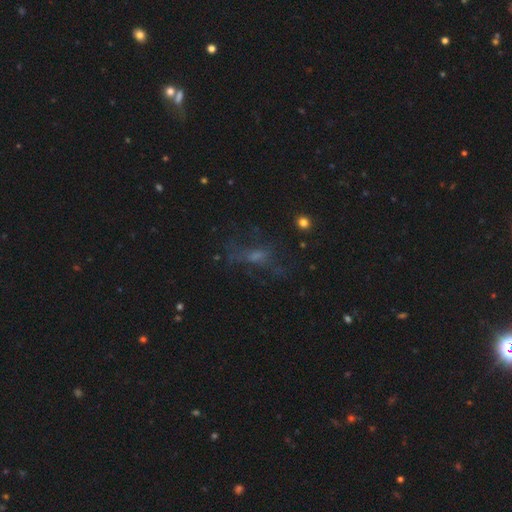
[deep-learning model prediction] Morphology: type=featured or disk (39%); merging=none (50%).